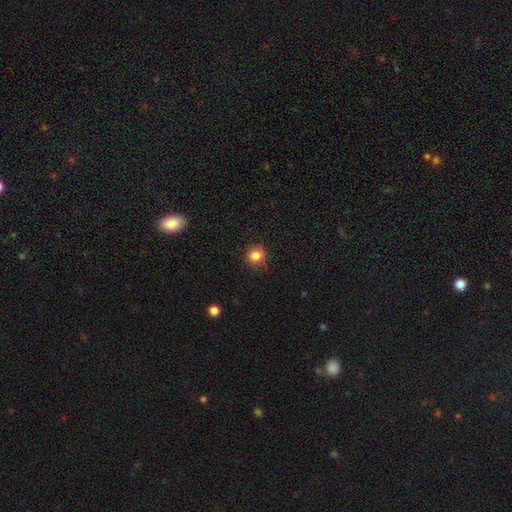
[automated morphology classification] Smooth or featured: smooth — 82% (star or artifact — 12%)
How rounded: round — 92% (in between — 7%)
Merging: none — 81% (minor disturbance — 14%)